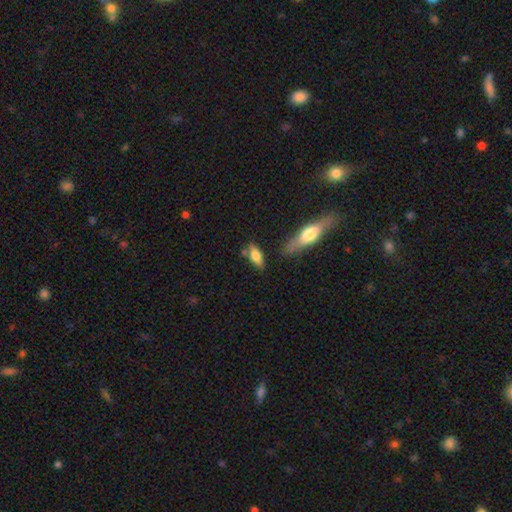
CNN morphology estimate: smooth-or-featured: smooth: 73% | featured or disk: 19% | star or artifact: 7%
  how-rounded: in between: 73% | cigar-shaped: 24% | round: 3%
  merging: none: 65% | minor disturbance: 18% | merger: 12% | major disturbance: 5%